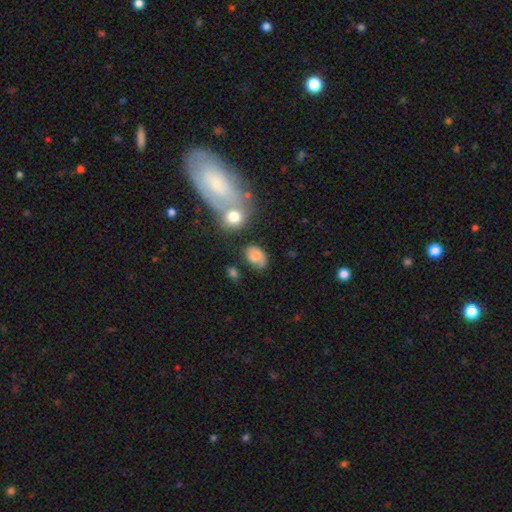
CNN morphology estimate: type=smooth (60%); roundness=in between (74%); merging=none (54%).